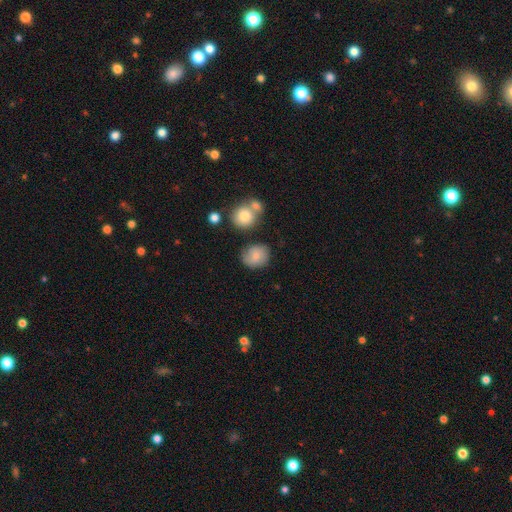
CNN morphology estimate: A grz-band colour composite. It shows a smooth galaxy with no disk features (75%) that is round (67%). Merging: none (68%).